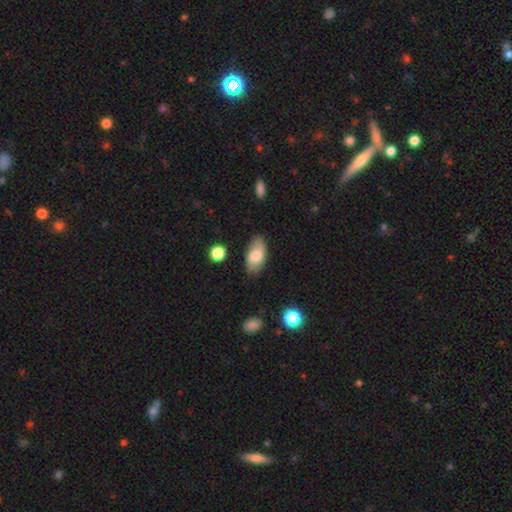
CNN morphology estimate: Smooth or featured: smooth — 73% (featured or disk — 20%)
How rounded: in between — 93% (cigar-shaped — 4%)
Merging: none — 77% (minor disturbance — 17%)